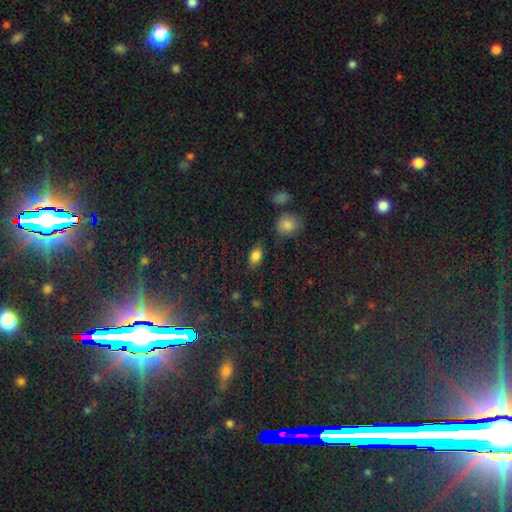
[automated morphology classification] smooth_or_featured: smooth (p=0.82) [alt: star or artifact p=0.12]
how_rounded: in between (p=0.84) [alt: round p=0.14]
merging: none (p=0.78) [alt: minor disturbance p=0.15]